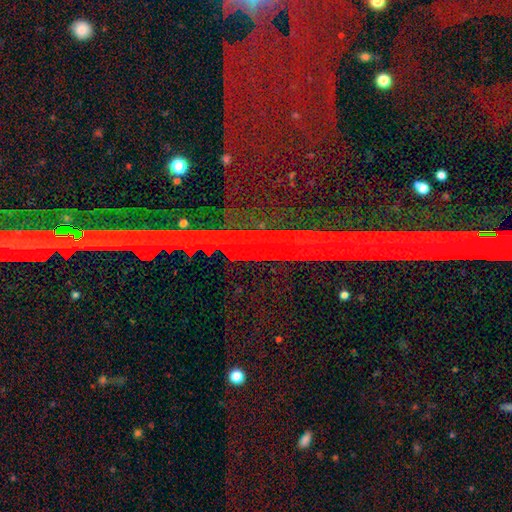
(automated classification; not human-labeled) The model was most divided on "smooth or featured": star or artifact: 85%, featured or disk: 8%, smooth: 6%.